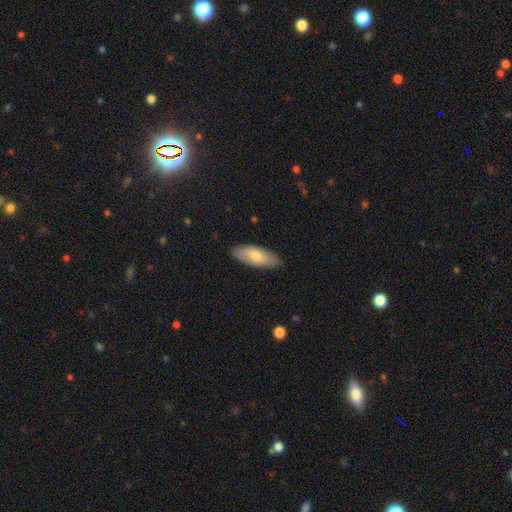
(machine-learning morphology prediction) This is likely a smooth galaxy (75%). How rounded: likely in between (77%). Merging: clearly none (85%).